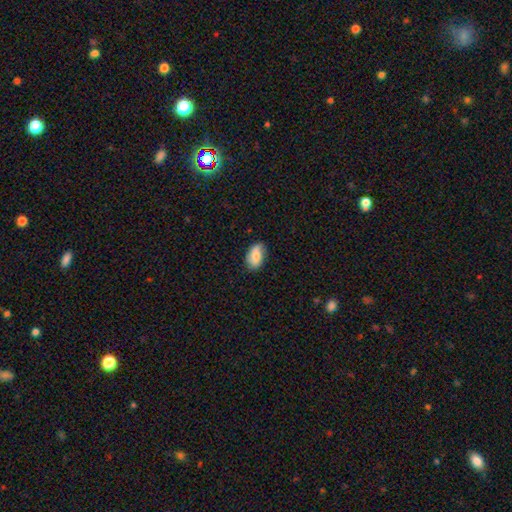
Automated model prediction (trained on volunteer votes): smooth-or-featured: smooth: 74% | featured or disk: 19% | star or artifact: 7%
  how-rounded: in between: 90% | round: 8% | cigar-shaped: 2%
  merging: none: 73% | minor disturbance: 22% | major disturbance: 4% | merger: 1%